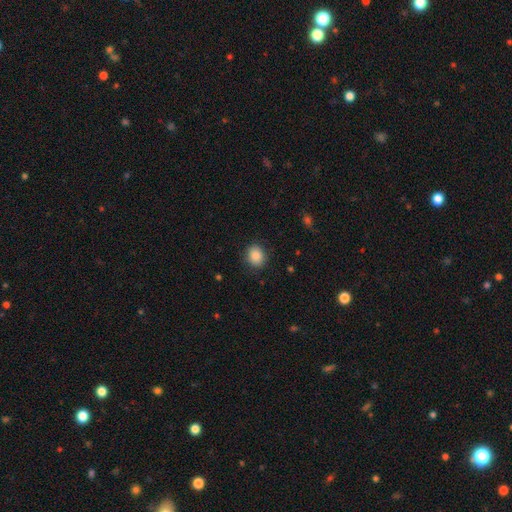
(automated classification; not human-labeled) A smooth galaxy with no disk features (88%) that is round (65%). Merging: none (87%).